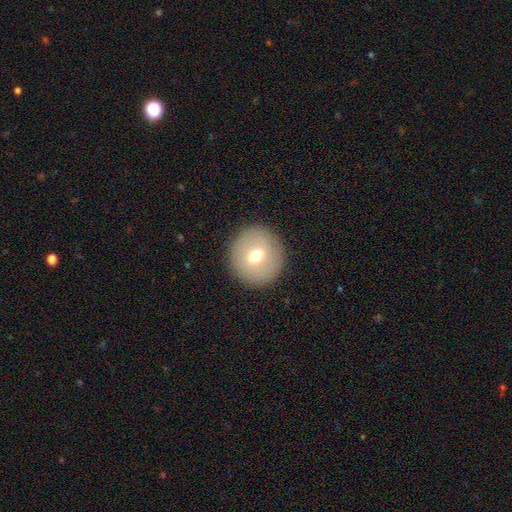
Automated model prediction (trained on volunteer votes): Overall: smooth (66%). How rounded: round (95%). Merging: none (91%).